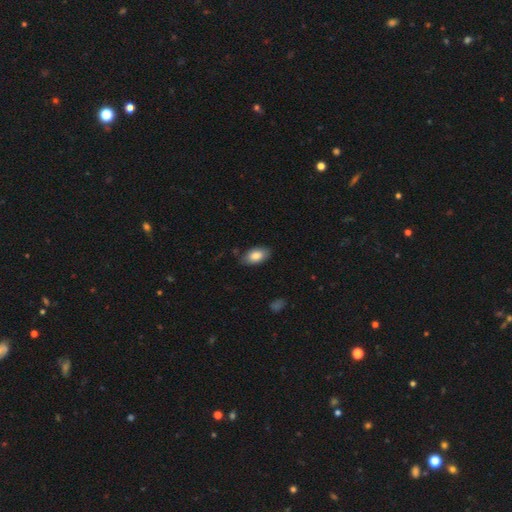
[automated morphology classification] A smooth galaxy with no disk features (84%) that is in between round and cigar-shaped (93%). Merging: none (82%).